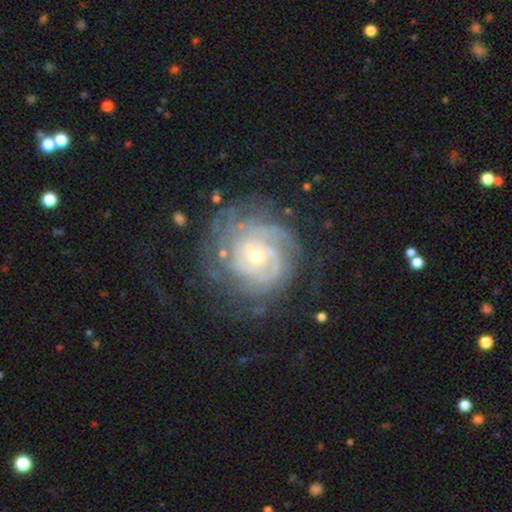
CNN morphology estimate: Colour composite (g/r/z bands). It shows a featured or disk galaxy (84%) with no bar (78%), tight (76%) spiral arms (92%) and a small central bulge (61%). Merging: none (69%).